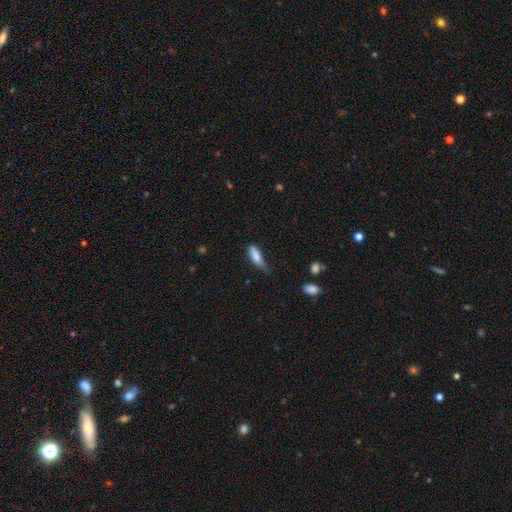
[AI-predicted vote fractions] Q: Smooth or featured?
A: smooth (82%); runner-up: featured or disk (11%)
Q: How rounded?
A: in between (54%); runner-up: cigar-shaped (44%)
Q: Merging?
A: minor disturbance (46%); runner-up: none (38%)